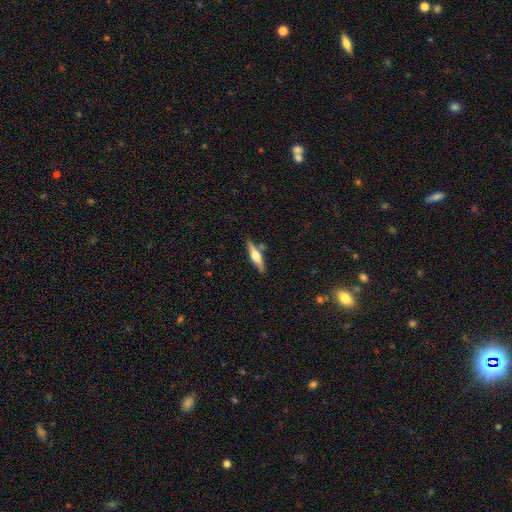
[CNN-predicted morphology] Smooth or featured? featured or disk (58%)
Edge-on disk? yes (95%)
Edge-on bulge? rounded (86%)
Merging? none (79%)